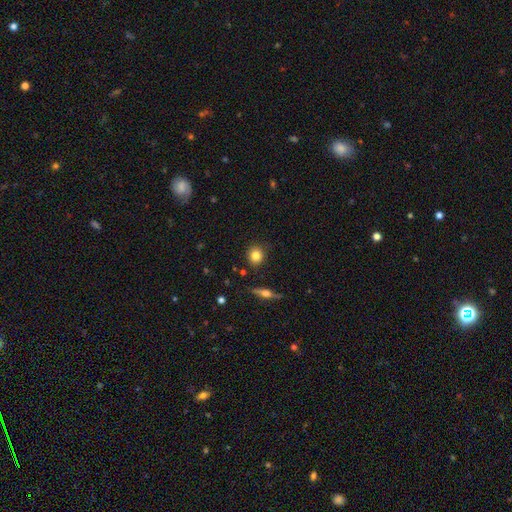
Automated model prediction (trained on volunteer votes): Smooth or featured?
  - smooth: 80% *
  - featured or disk: 10%
  - star or artifact: 9%
How rounded?
  - round: 84% *
  - in between: 14%
  - cigar-shaped: 2%
Merging?
  - none: 87% *
  - minor disturbance: 8%
  - merger: 3%
  - major disturbance: 2%